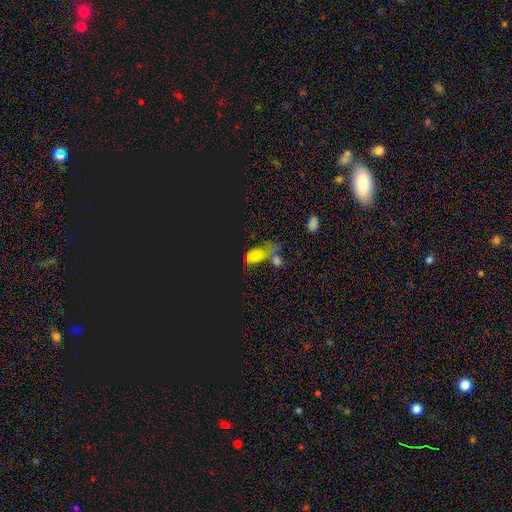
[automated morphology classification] A smooth galaxy with no disk features (48%).

Vote fractions:
- Smooth or featured? smooth: 48% / star or artifact: 41% / featured or disk: 11%
- Merging? merger: 38% / none: 35% / minor disturbance: 16% / major disturbance: 12%